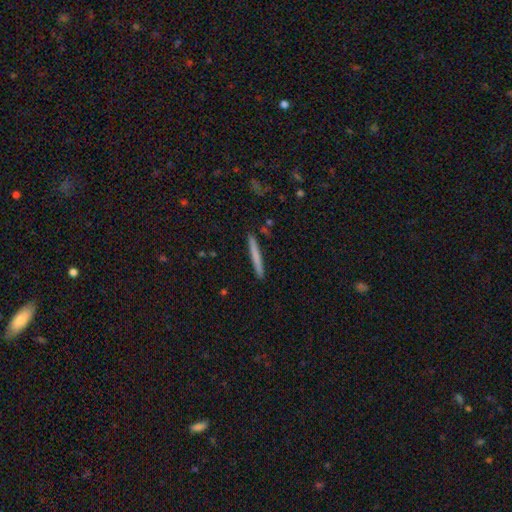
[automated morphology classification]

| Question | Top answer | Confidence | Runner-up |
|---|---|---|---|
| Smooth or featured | smooth | 67% | featured or disk (27%) |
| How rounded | cigar-shaped | 97% | in between (2%) |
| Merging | none | 91% | minor disturbance (6%) |